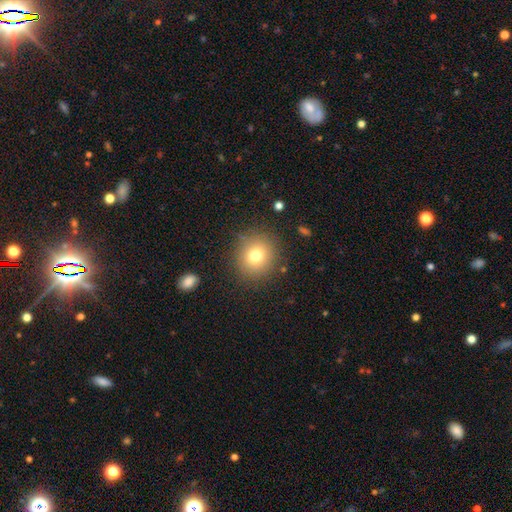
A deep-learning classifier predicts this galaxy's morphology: Q: Smooth or featured?
A: smooth (75%); runner-up: star or artifact (14%)
Q: How rounded?
A: round (87%); runner-up: in between (12%)
Q: Merging?
A: none (85%); runner-up: minor disturbance (9%)